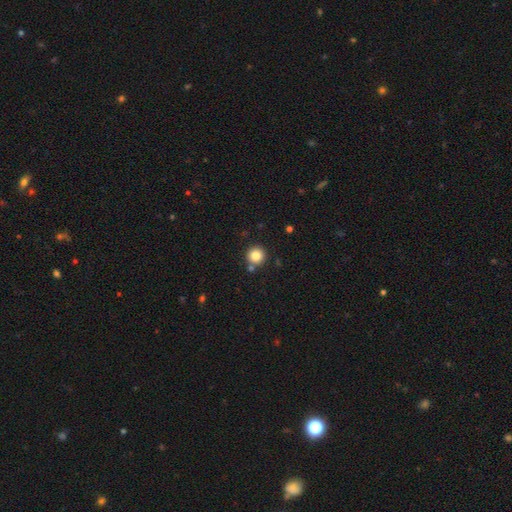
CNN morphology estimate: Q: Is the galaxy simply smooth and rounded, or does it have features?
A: smooth — 83%.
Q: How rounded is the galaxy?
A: round — 95%.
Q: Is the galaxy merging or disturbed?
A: none — 83%.